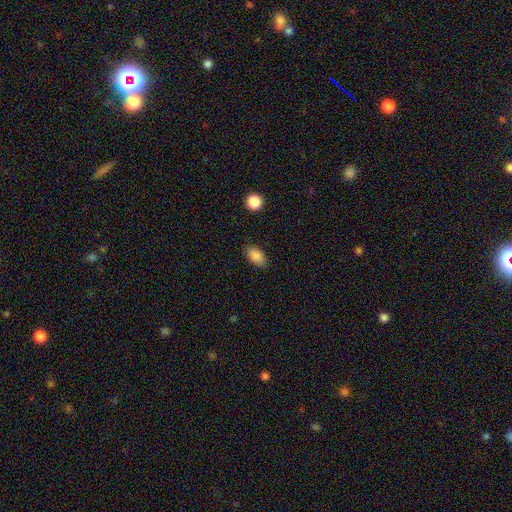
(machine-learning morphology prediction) Smooth or featured?
  - smooth: 87% *
  - star or artifact: 8%
  - featured or disk: 5%
How rounded?
  - in between: 90% *
  - round: 8%
  - cigar-shaped: 2%
Merging?
  - none: 84% *
  - minor disturbance: 12%
  - major disturbance: 3%
  - merger: 1%